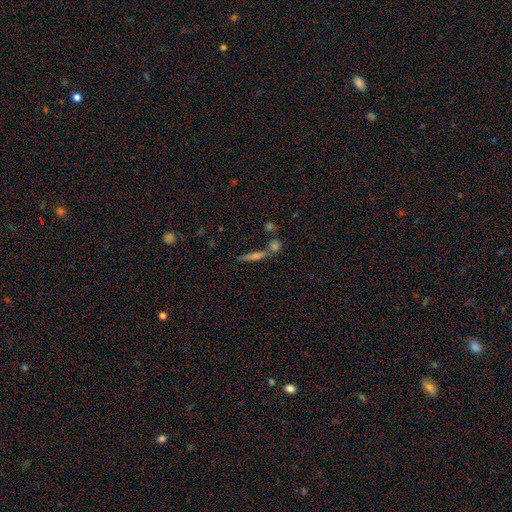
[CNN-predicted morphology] Overall: smooth (41%, tied with featured or disk). Merging: none (57%; merger 28%).